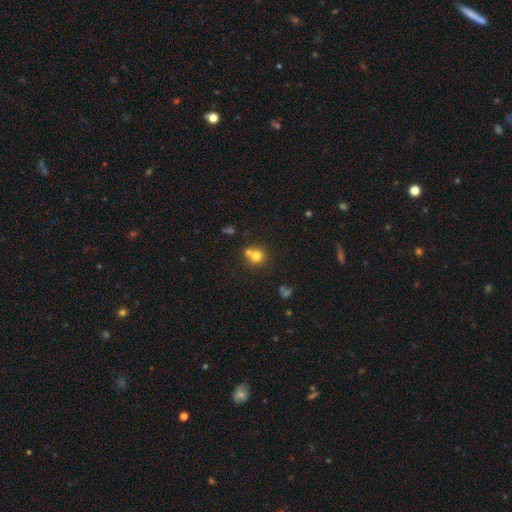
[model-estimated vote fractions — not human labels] A smooth galaxy with no disk features (75%) that is round (87%). Merging: none (52%).